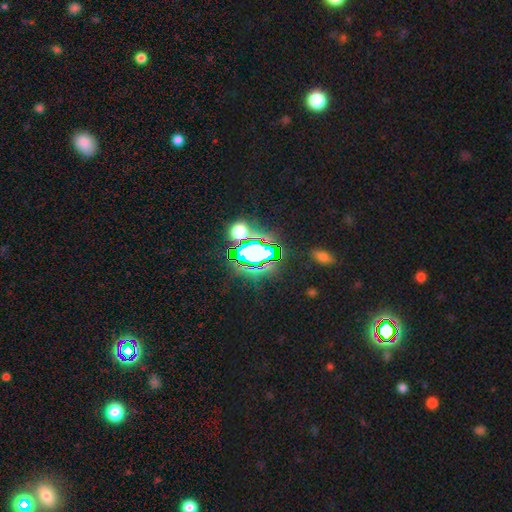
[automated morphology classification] A star or artifact, not a galaxy (71%).